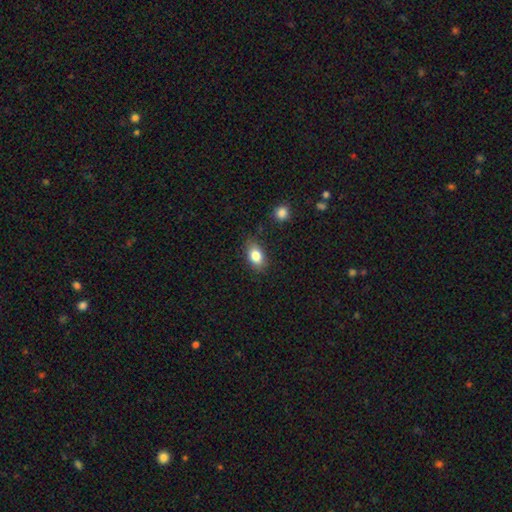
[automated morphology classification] smooth-or-featured: smooth: 82% | featured or disk: 10% | star or artifact: 9%
  how-rounded: in between: 83% | round: 15% | cigar-shaped: 2%
  merging: none: 81% | minor disturbance: 14% | major disturbance: 3% | merger: 2%